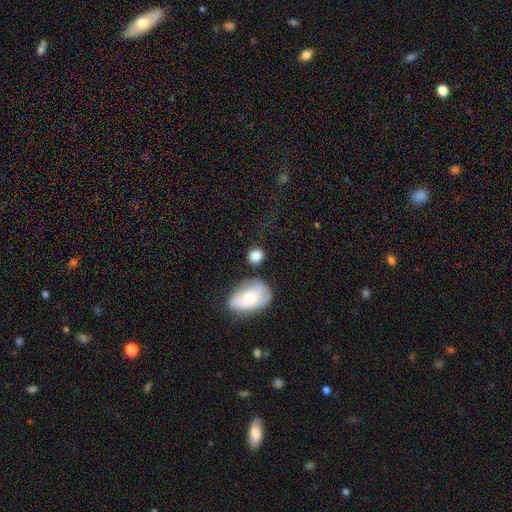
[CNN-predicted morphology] Q: Smooth or featured?
A: smooth (83%); runner-up: featured or disk (9%)
Q: How rounded?
A: round (61%); runner-up: in between (37%)
Q: Merging?
A: none (62%); runner-up: minor disturbance (19%)